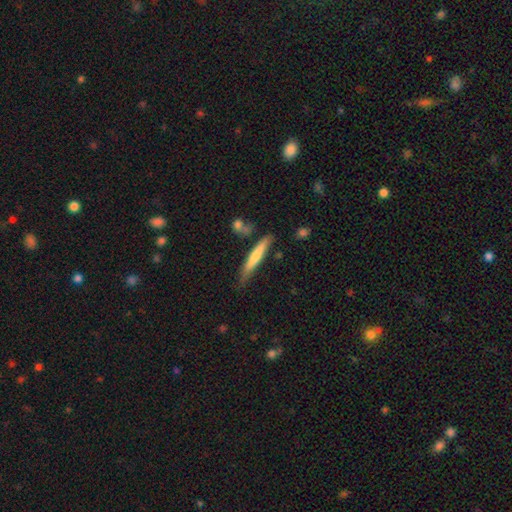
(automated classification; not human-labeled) Smooth or featured? smooth (65%)
How rounded? cigar-shaped (93%)
Merging? none (71%)